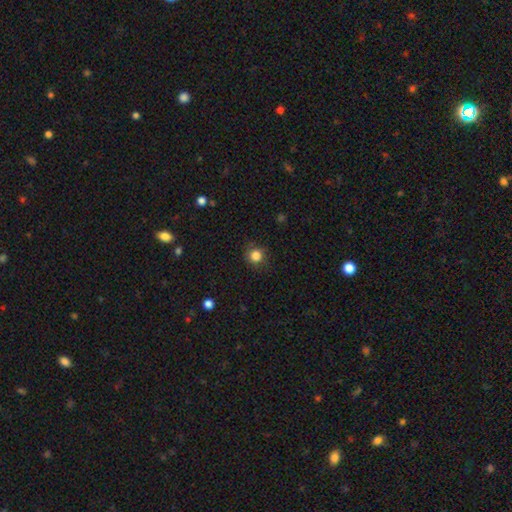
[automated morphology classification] A smooth galaxy with no disk features (84%) that is round (90%).

Vote fractions:
- Smooth or featured? smooth: 84% / star or artifact: 11% / featured or disk: 5%
- How rounded? round: 90% / in between: 9% / cigar-shaped: 1%
- Merging? none: 83% / minor disturbance: 12% / major disturbance: 4% / merger: 1%